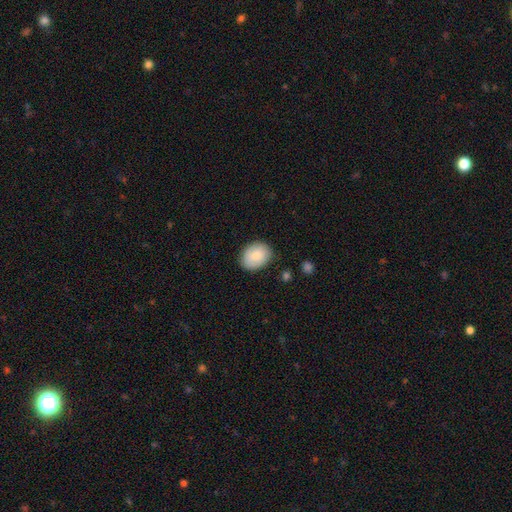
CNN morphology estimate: Smooth or featured? smooth (80%)
How rounded? in between (52%)
Merging? none (81%)